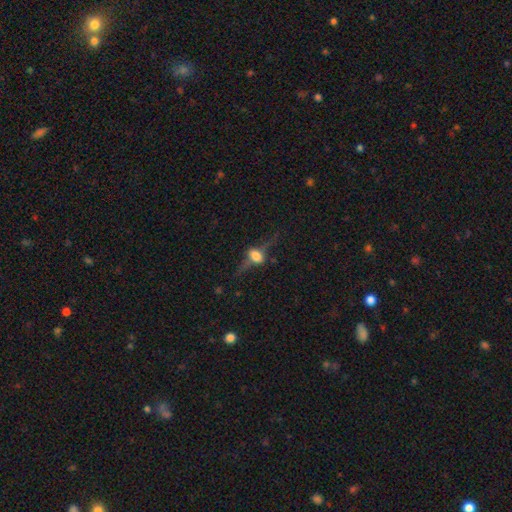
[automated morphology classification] This appears to be a featured or disk galaxy (62%) viewed edge-on (85%) with a rounded central bulge (93%). Merging: none (63%).